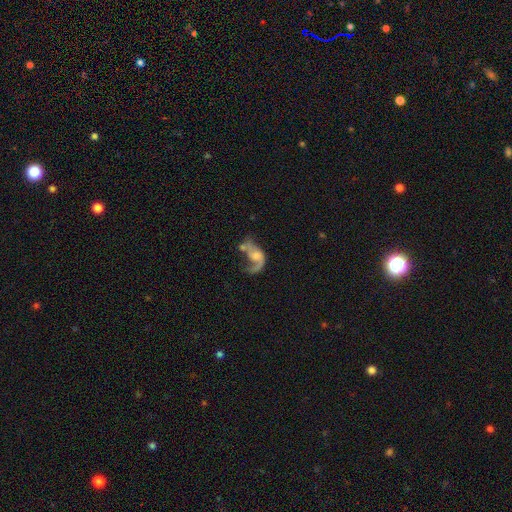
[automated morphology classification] Smooth or featured?
  - featured or disk: 70% *
  - smooth: 20%
  - star or artifact: 10%
Edge-on disk?
  - no: 96% *
  - yes: 4%
Bar?
  - no: 68% *
  - weak: 26%
  - strong: 6%
Spiral arms?
  - yes: 76% *
  - no: 24%
Spiral winding?
  - loose: 73% *
  - medium: 21%
  - tight: 6%
Spiral arm count?
  - 1: 52% *
  - 2: 40%
  - can't tell: 5%
  - 3: 1%
  - 4: 1%
  - more than 4: 1%
Bulge size?
  - small: 31% * (tied)
  - moderate: 31% * (tied)
  - none: 25%
  - large: 10%
  - dominant: 3%
Merging?
  - major disturbance: 40% *
  - none: 25%
  - merger: 22%
  - minor disturbance: 13%